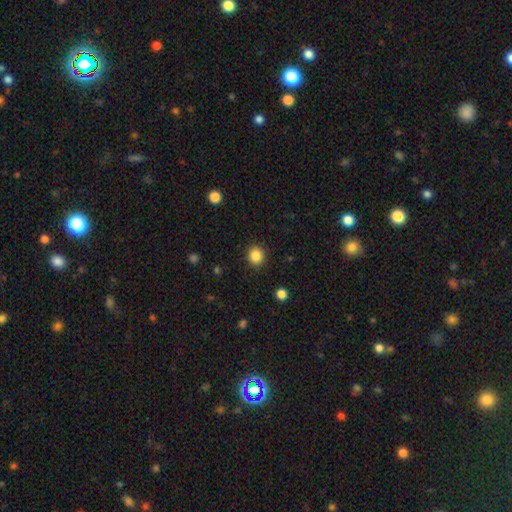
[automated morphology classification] The model was most divided on "how rounded": round: 87%, in between: 12%, cigar-shaped: 1%. More confident: merging — none (91%); smooth or featured — smooth (86%).